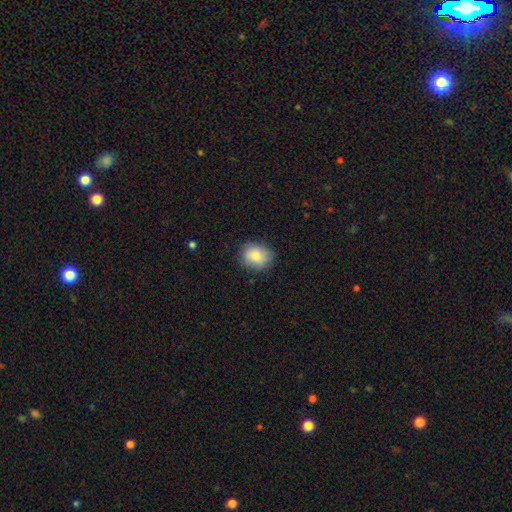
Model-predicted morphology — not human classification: Overall: smooth (85%). How rounded: round (62%; in between 37%). Merging: none (83%).